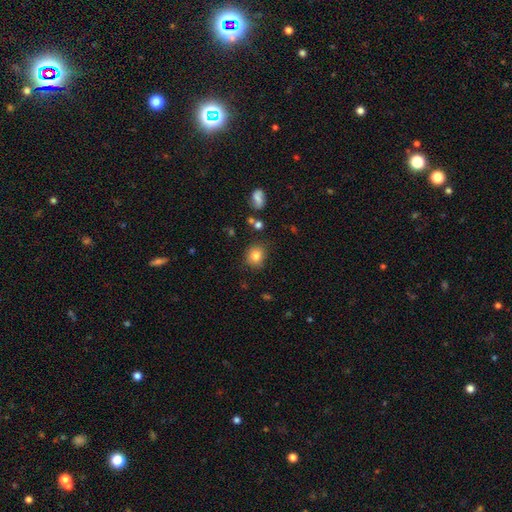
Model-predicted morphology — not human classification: Smooth or featured?
  - smooth: 82% *
  - star or artifact: 11%
  - featured or disk: 7%
How rounded?
  - round: 78% *
  - in between: 21%
  - cigar-shaped: 1%
Merging?
  - none: 83% *
  - minor disturbance: 11%
  - major disturbance: 3%
  - merger: 3%